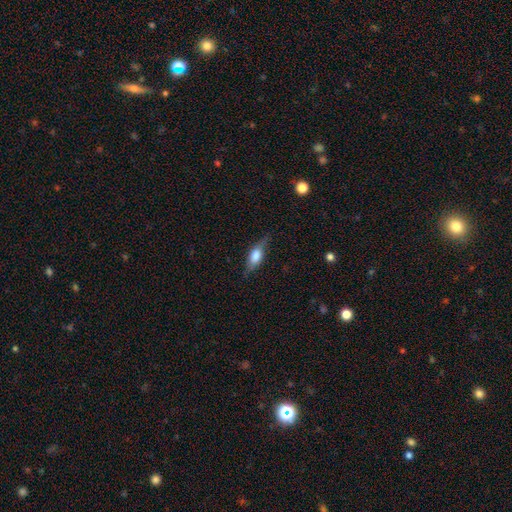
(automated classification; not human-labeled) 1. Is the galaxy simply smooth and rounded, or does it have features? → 57% smooth, 36% featured or disk, 7% star or artifact.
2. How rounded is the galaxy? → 64% in between, 32% cigar-shaped, 4% round.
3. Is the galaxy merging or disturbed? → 74% none, 20% minor disturbance, 5% major disturbance, 1% merger.